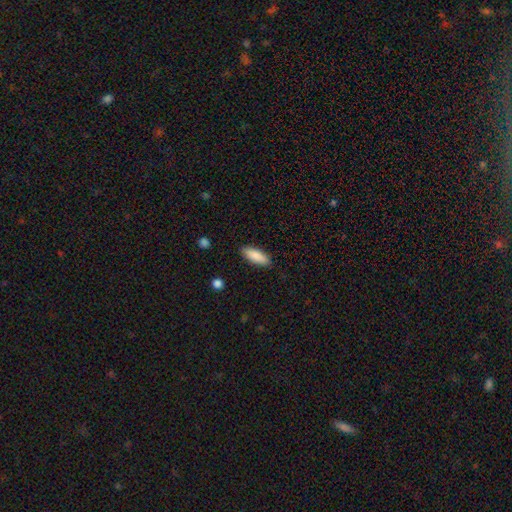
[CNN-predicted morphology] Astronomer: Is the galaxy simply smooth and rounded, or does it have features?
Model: smooth — 87%.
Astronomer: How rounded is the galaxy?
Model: in between — 63%.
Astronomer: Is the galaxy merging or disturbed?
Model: none — 88%.